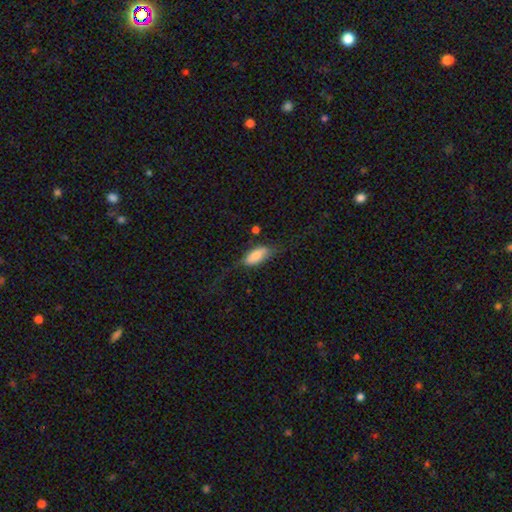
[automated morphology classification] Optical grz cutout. It shows a smooth galaxy with no disk features (77%) that is in between round and cigar-shaped (83%). Merging: none (48%).